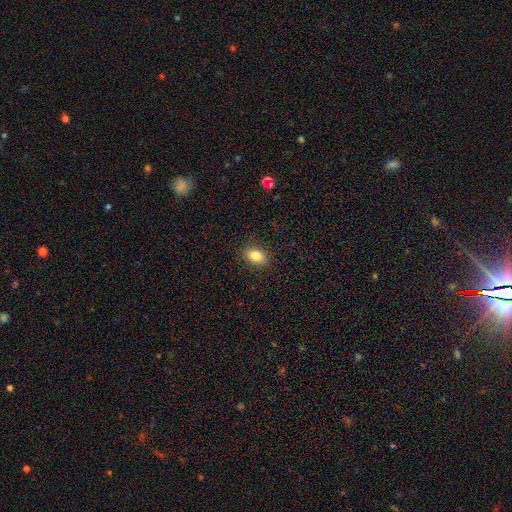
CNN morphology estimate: A smooth galaxy with no disk features (84%) that is in between round and cigar-shaped (83%). Merging: none (87%).